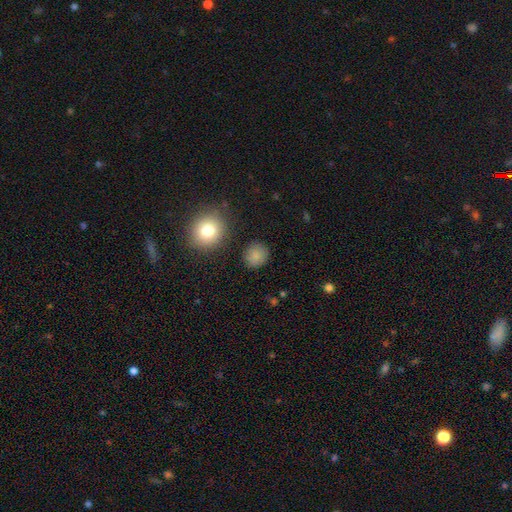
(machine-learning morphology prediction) smooth 85%, star or artifact 10%, featured or disk 5%. Down the decision tree: how rounded — round (84%); merging — none (84%).